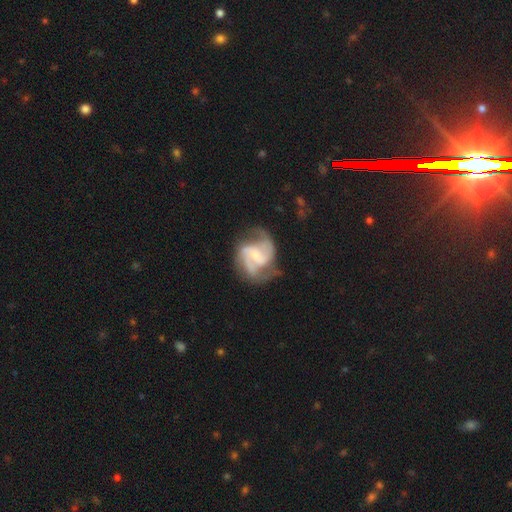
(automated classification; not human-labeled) featured or disk 87%, smooth 8%, star or artifact 5%. Down the decision tree: edge-on disk — no (98%); bar — no (44%, tied with weak); spiral arms — yes (97%); spiral arm count — 2 (53%); spiral winding — medium (55%); bulge size — small (56%); merging — none (60%).